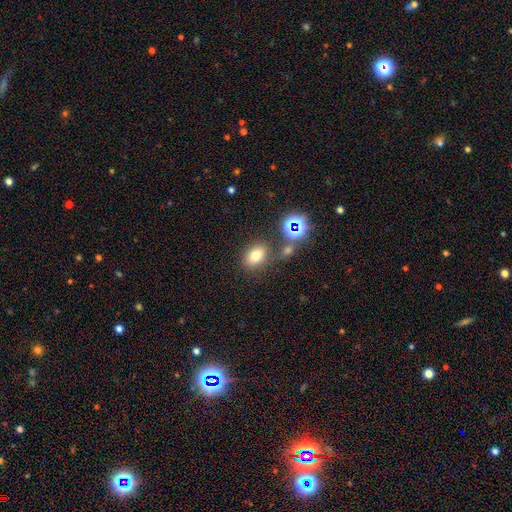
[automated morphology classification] smooth_or_featured: smooth (p=0.72) [alt: star or artifact p=0.19]
how_rounded: in between (p=0.70) [alt: round p=0.29]
merging: none (p=0.71) [alt: minor disturbance p=0.12]